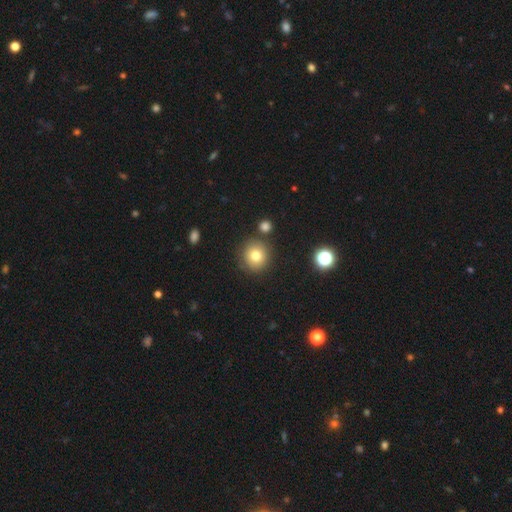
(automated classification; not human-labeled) This appears to be a smooth galaxy with no disk features (78%) that is round (90%). Merging: none (82%).